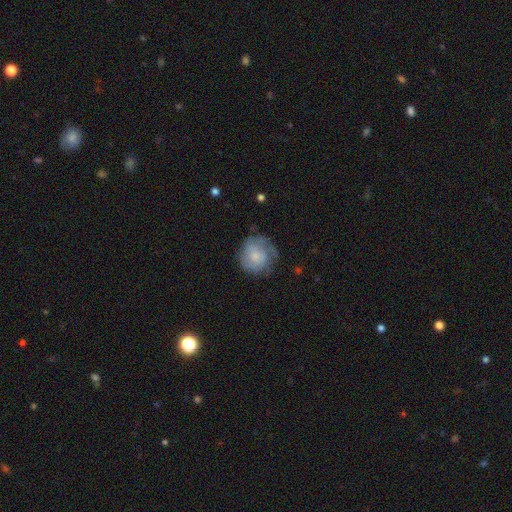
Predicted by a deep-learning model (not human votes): The model was most divided on "smooth or featured": smooth: 57%, featured or disk: 36%, star or artifact: 7%. More confident: how rounded — round (87%); merging — none (55%).